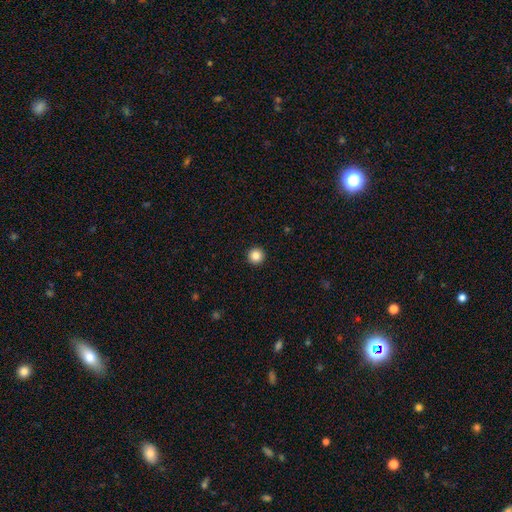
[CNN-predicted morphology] Overall: smooth (86%). How rounded: round (97%). Merging: none (94%).